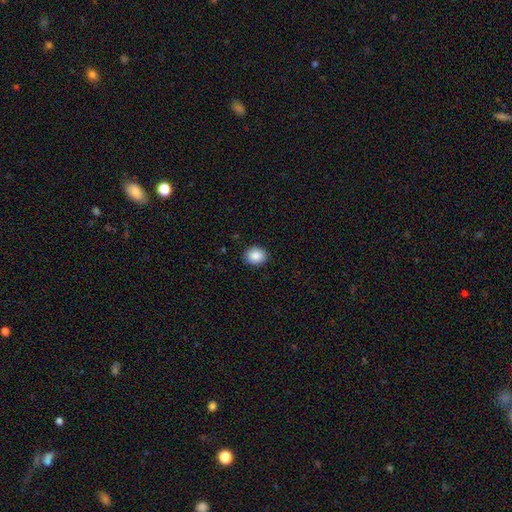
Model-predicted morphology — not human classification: The model was most divided on "how rounded": round: 68%, in between: 31%, cigar-shaped: 1%. More confident: merging — none (89%); smooth or featured — smooth (88%).